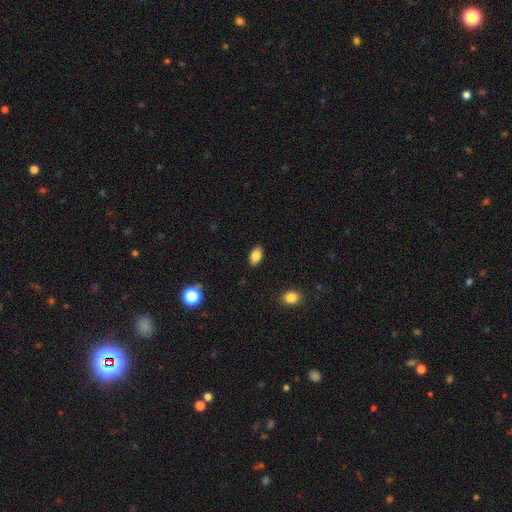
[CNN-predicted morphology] A smooth galaxy with no disk features (84%) that is in between round and cigar-shaped (92%).

Vote fractions:
- Smooth or featured? smooth: 84% / star or artifact: 9% / featured or disk: 8%
- How rounded? in between: 92% / round: 6% / cigar-shaped: 2%
- Merging? none: 88% / minor disturbance: 9% / major disturbance: 2% / merger: 1%